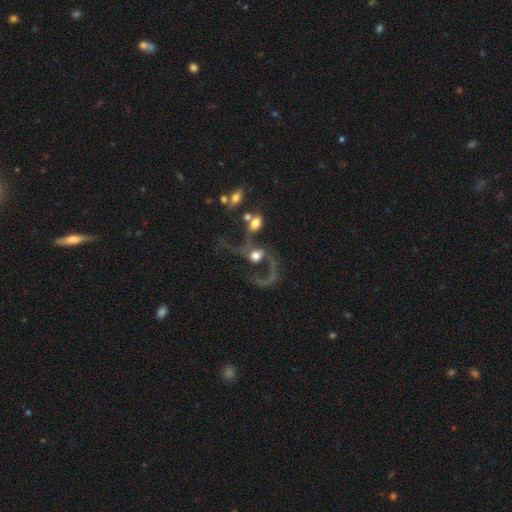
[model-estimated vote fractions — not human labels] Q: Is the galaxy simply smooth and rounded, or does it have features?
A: featured or disk — 68%.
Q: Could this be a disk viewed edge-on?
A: no — 96%.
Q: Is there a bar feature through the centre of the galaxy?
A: no — 69%.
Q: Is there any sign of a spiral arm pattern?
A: yes — 77%.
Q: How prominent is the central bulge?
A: moderate — 50%.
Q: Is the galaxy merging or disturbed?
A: major disturbance — 33%.